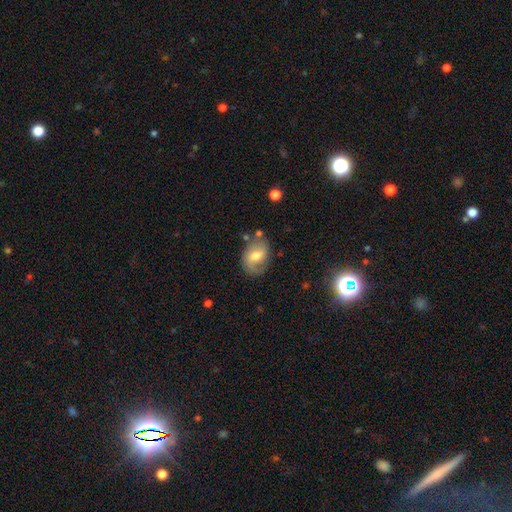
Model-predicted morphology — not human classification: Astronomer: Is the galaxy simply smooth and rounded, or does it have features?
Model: featured or disk — 58% (runner-up: smooth, 35%).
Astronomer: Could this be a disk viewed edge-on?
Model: no — 96%.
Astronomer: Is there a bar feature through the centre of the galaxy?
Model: weak — 53% (runner-up: no, 30%).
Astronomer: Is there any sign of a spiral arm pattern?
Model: yes — 81%.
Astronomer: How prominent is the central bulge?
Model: moderate — 69%.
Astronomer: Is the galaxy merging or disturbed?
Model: none — 67%.